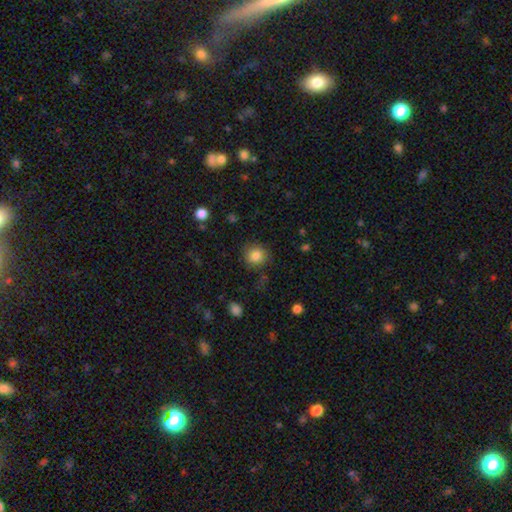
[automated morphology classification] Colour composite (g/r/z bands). It shows a smooth galaxy with no disk features (84%) that is round (88%). Merging: none (85%).